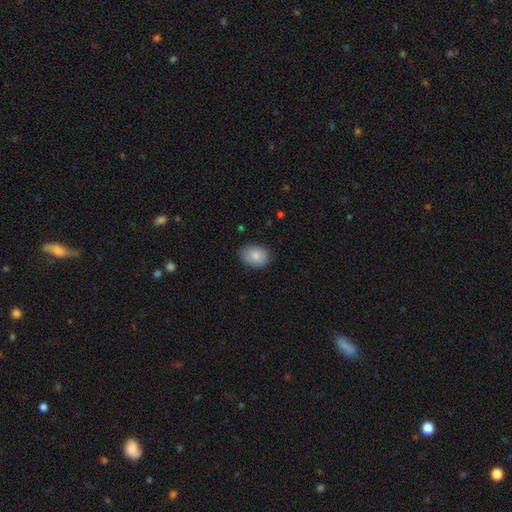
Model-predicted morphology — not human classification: A smooth galaxy with no disk features (85%) that is in between round and cigar-shaped (71%). Merging: none (82%).